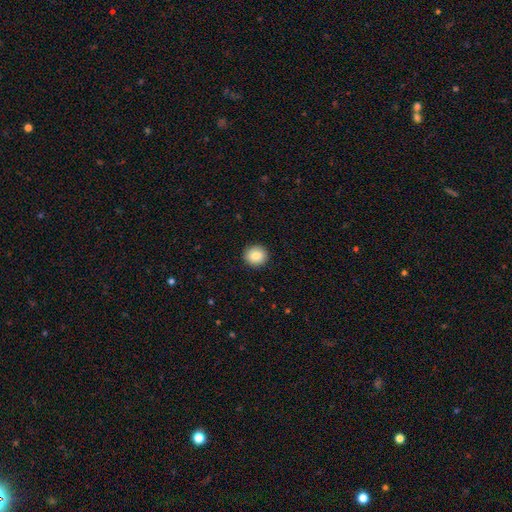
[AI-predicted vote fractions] smooth-or-featured: smooth: 86% | star or artifact: 8% | featured or disk: 6%
  how-rounded: round: 89% | in between: 10% | cigar-shaped: 1%
  merging: none: 92% | minor disturbance: 6% | major disturbance: 2% | merger: 1%